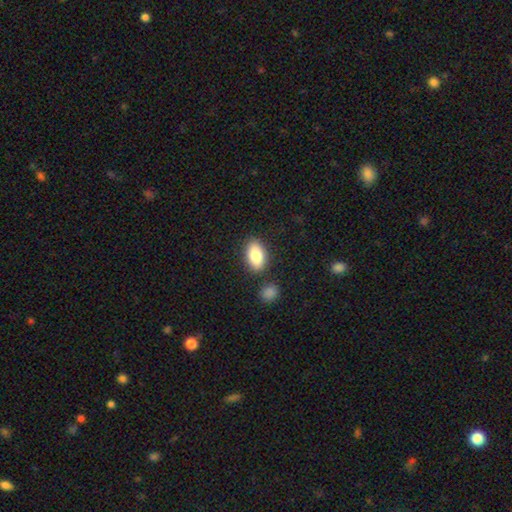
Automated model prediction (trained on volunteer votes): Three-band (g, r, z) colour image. It shows a smooth galaxy with no disk features (84%) that is in between round and cigar-shaped (91%). Merging: none (82%).